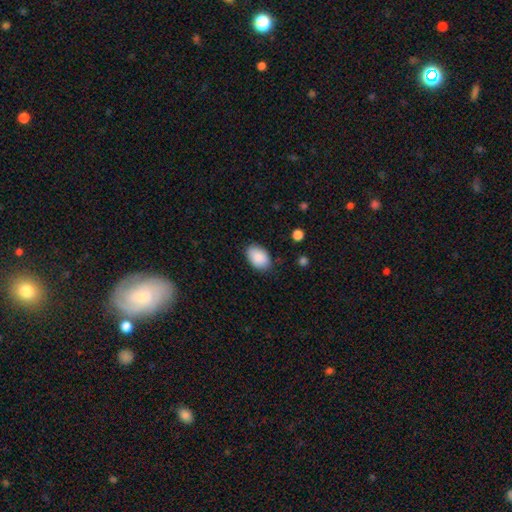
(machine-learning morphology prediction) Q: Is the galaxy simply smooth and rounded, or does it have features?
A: smooth — 89%.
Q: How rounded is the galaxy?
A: in between — 88%.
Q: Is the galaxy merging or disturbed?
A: none — 83%.